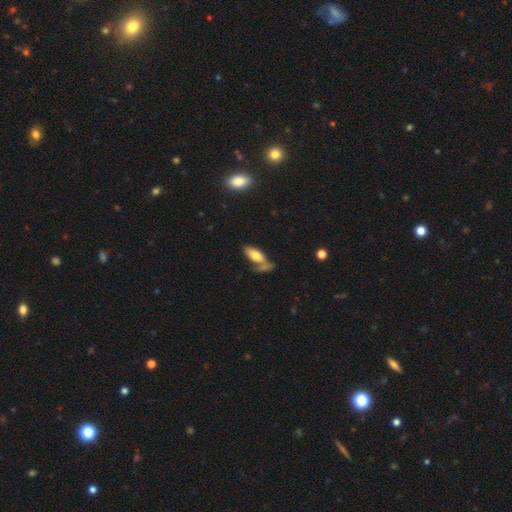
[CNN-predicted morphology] A smooth galaxy with no disk features (75%) that is in between round and cigar-shaped (83%).

Vote fractions:
- Smooth or featured? smooth: 75% / featured or disk: 18% / star or artifact: 7%
- How rounded? in between: 83% / cigar-shaped: 14% / round: 3%
- Merging? none: 42% / merger: 30% / minor disturbance: 18% / major disturbance: 10%